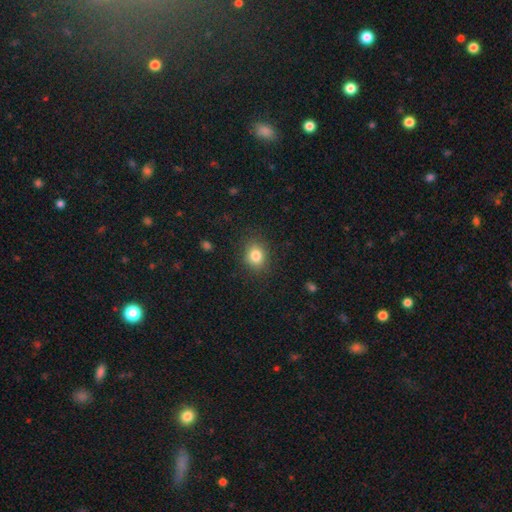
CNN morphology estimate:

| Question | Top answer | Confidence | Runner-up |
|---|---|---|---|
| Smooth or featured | smooth | 83% | star or artifact (11%) |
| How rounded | round | 67% | in between (32%) |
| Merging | none | 86% | minor disturbance (10%) |